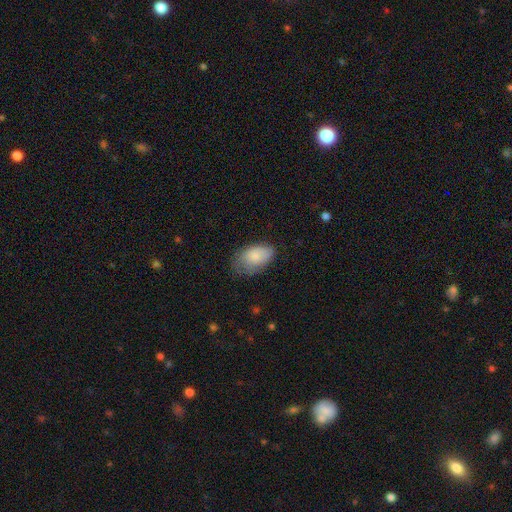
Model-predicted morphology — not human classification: Smooth or featured? Predicted: smooth (p=0.78). How rounded? Predicted: in between (p=0.92). Merging? Predicted: none (p=0.54).